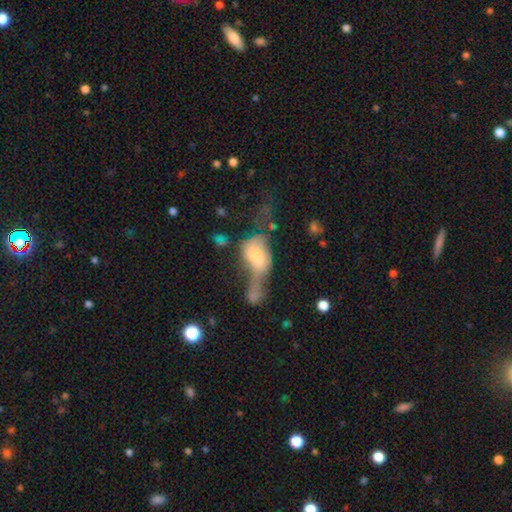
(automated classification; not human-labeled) Q: Smooth or featured?
A: smooth (51%); runner-up: featured or disk (39%)
Q: How rounded?
A: in between (81%); runner-up: round (14%)
Q: Merging?
A: merger (42%); runner-up: major disturbance (36%)